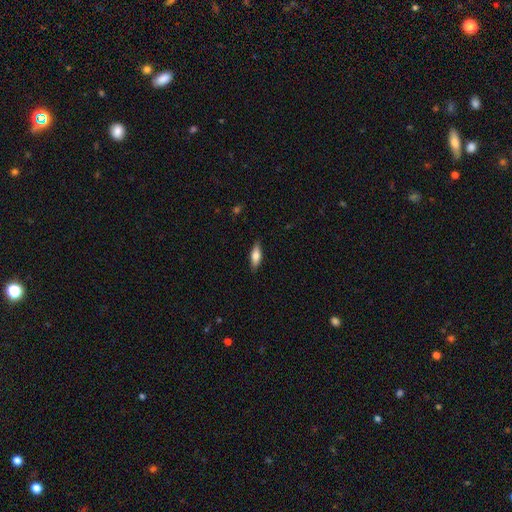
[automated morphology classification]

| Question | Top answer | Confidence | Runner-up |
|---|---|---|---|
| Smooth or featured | smooth | 73% | featured or disk (21%) |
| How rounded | in between | 66% | cigar-shaped (32%) |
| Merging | none | 86% | minor disturbance (11%) |